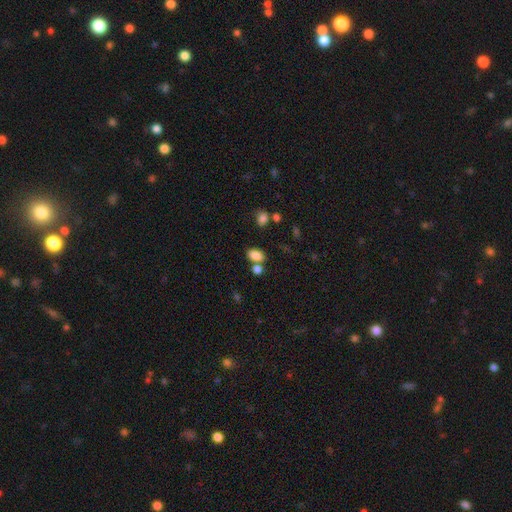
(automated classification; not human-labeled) Overall: smooth (83%). How rounded: in between (81%). Merging: none (58%; merger 26%).